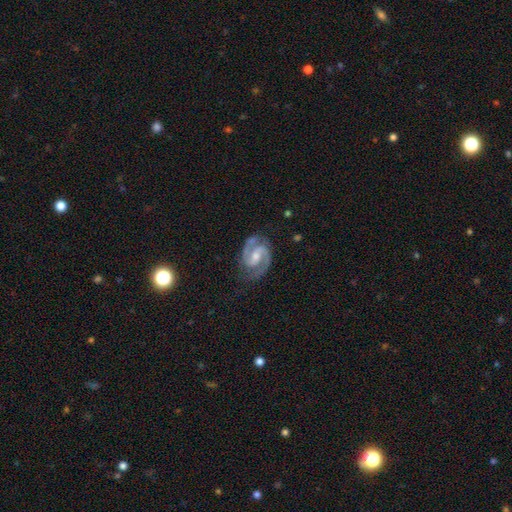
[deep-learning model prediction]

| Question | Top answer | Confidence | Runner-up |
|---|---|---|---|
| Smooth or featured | featured or disk | 92% | smooth (4%) |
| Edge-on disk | no | 98% | yes (2%) |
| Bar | weak | 50% | no (32%) |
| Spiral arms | yes | 98% | no (2%) |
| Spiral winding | medium | 58% | tight (33%) |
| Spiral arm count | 2 | 93% | can't tell (2%) |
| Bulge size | moderate | 55% | small (34%) |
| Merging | none | 75% | minor disturbance (17%) |